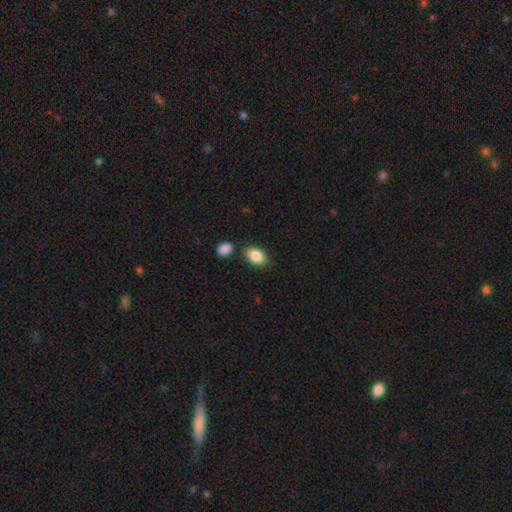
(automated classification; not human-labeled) A smooth galaxy with no disk features (87%) that is in between round and cigar-shaped (85%).

Vote fractions:
- Smooth or featured? smooth: 87% / star or artifact: 7% / featured or disk: 6%
- How rounded? in between: 85% / round: 14% / cigar-shaped: 1%
- Merging? none: 78% / minor disturbance: 11% / merger: 8% / major disturbance: 3%